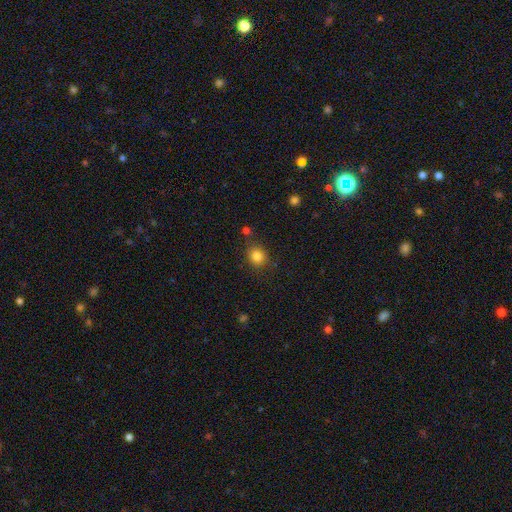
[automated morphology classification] This is clearly a smooth galaxy (83%). How rounded: likely round (80%). Merging: clearly none (81%).